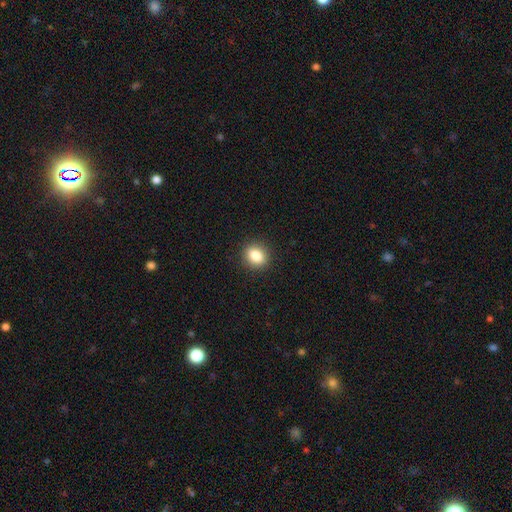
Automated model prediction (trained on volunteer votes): Q: Smooth or featured?
A: smooth (85%); runner-up: star or artifact (10%)
Q: How rounded?
A: round (61%); runner-up: in between (38%)
Q: Merging?
A: none (91%); runner-up: minor disturbance (6%)